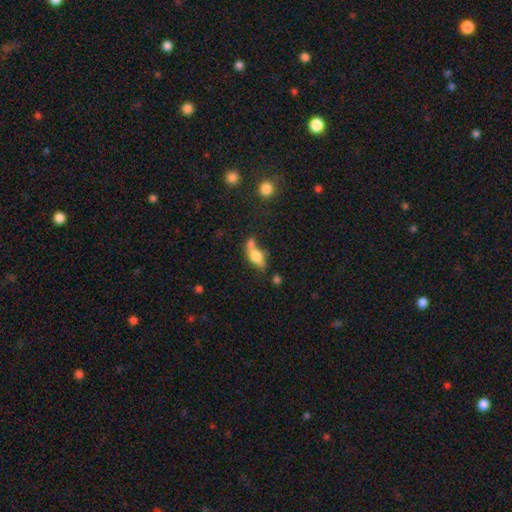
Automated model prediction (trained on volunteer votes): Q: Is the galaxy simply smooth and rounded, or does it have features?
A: smooth — 52%.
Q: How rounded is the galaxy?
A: in between — 64%.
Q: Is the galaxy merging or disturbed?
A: none — 41%.